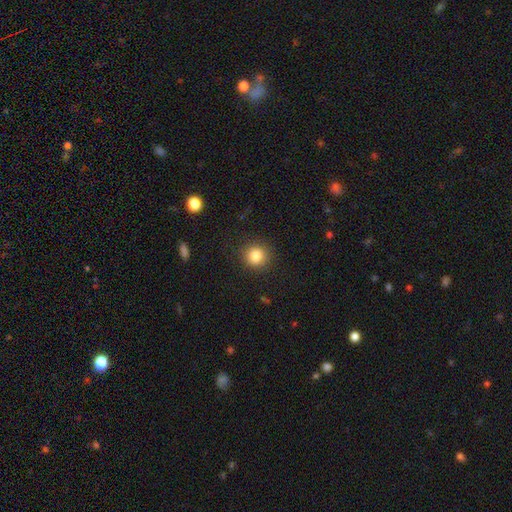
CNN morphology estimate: smooth-or-featured: smooth: 83% | star or artifact: 11% | featured or disk: 6%
  how-rounded: round: 92% | in between: 7% | cigar-shaped: 1%
  merging: none: 89% | minor disturbance: 7% | major disturbance: 3% | merger: 1%